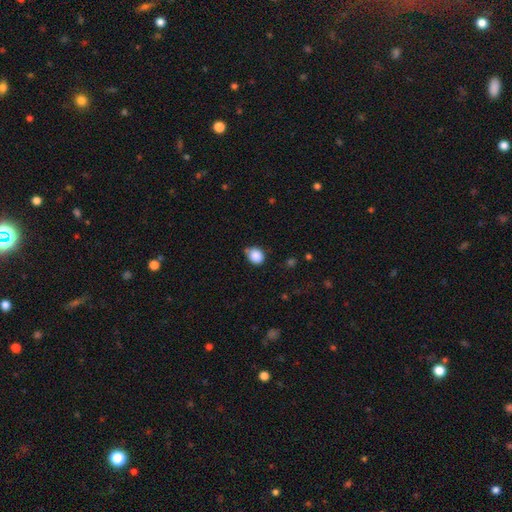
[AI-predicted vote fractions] Smooth or featured: smooth — 87% (star or artifact — 9%)
How rounded: round — 55% (in between — 44%)
Merging: none — 62% (minor disturbance — 28%)